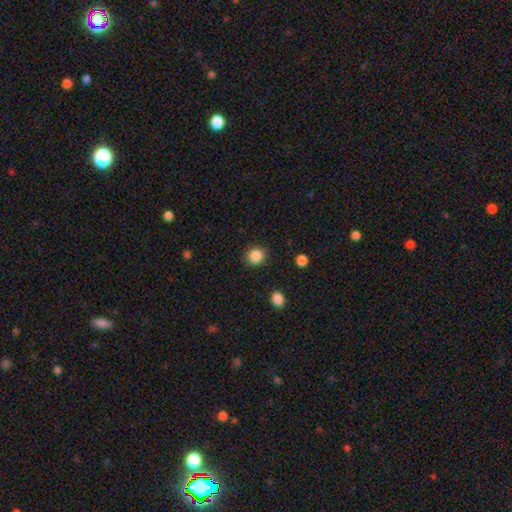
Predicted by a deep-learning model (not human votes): Overall: smooth (86%). How rounded: round (87%). Merging: none (90%).